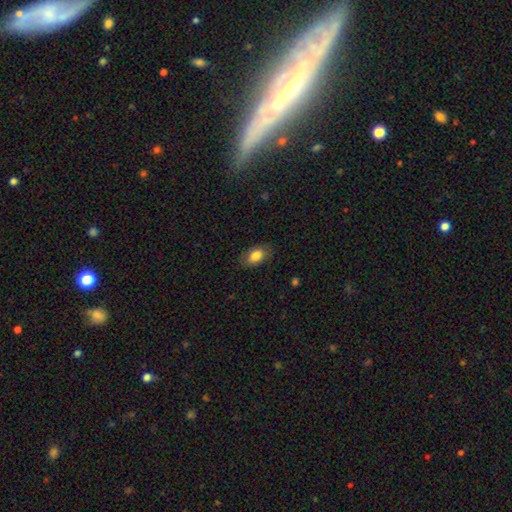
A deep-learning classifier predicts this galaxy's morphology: type=smooth (83%); roundness=in between (90%); merging=none (83%).